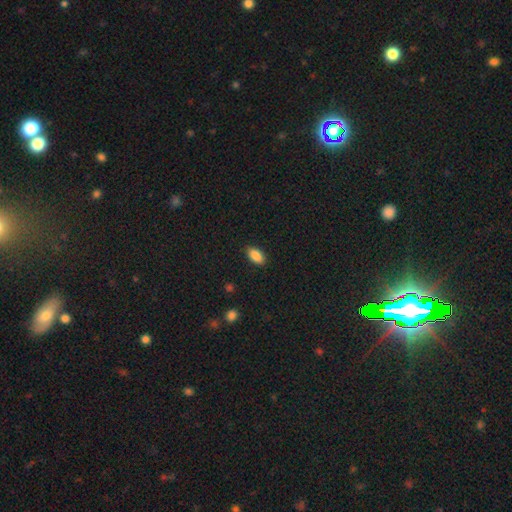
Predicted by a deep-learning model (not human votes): Overall: smooth (88%). How rounded: in between (92%). Merging: none (87%).